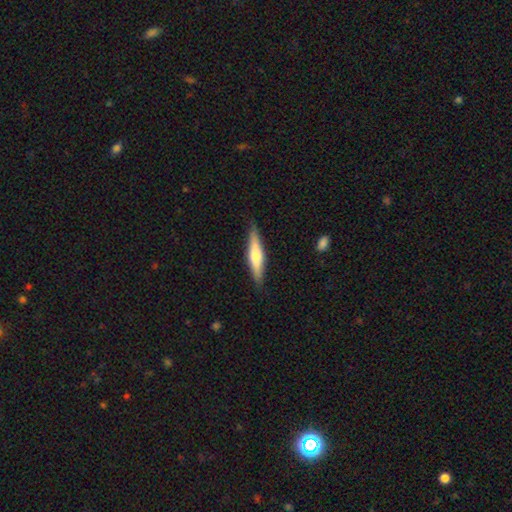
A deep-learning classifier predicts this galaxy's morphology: This is possibly a featured or disk galaxy (49%). Merging: clearly none (87%).